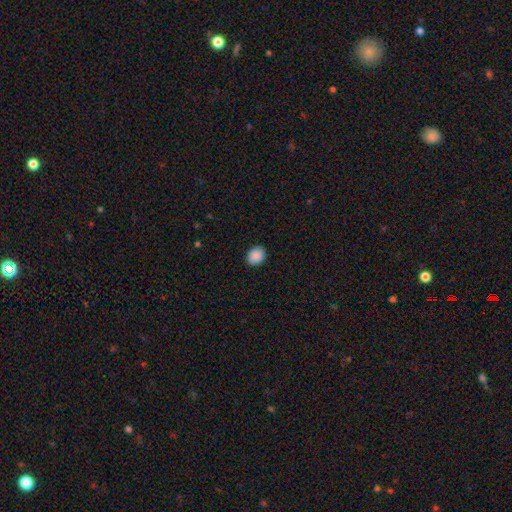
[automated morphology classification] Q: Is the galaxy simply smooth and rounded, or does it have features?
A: smooth — 90%.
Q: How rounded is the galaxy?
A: round — 52%.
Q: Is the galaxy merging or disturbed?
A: none — 90%.